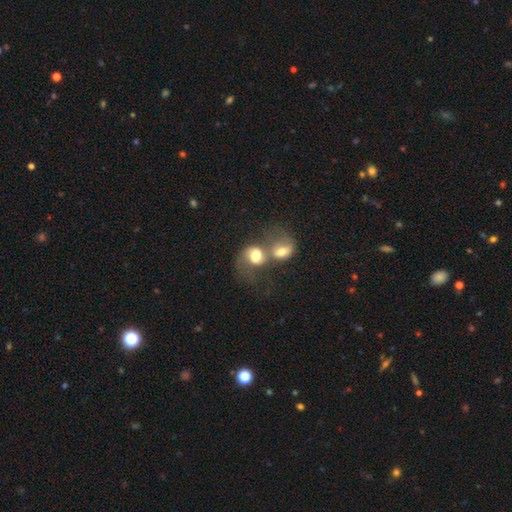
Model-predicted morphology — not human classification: Smooth or featured? smooth (56%)
How rounded? round (52%)
Merging? merger (73%)